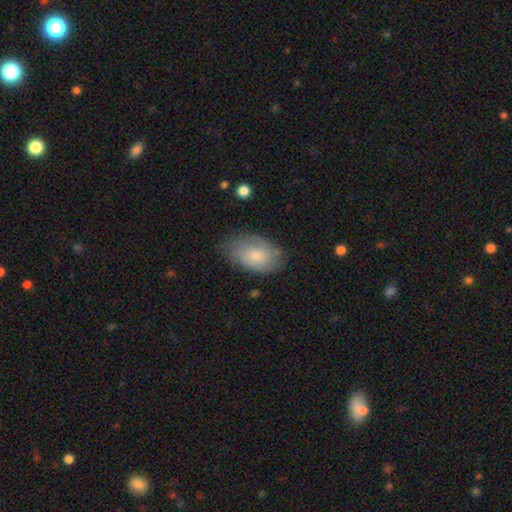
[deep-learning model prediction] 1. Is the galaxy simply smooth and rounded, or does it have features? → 63% smooth, 30% featured or disk, 6% star or artifact.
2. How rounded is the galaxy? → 92% in between, 7% round, 2% cigar-shaped.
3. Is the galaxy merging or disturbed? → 66% none, 26% minor disturbance, 7% major disturbance, 2% merger.